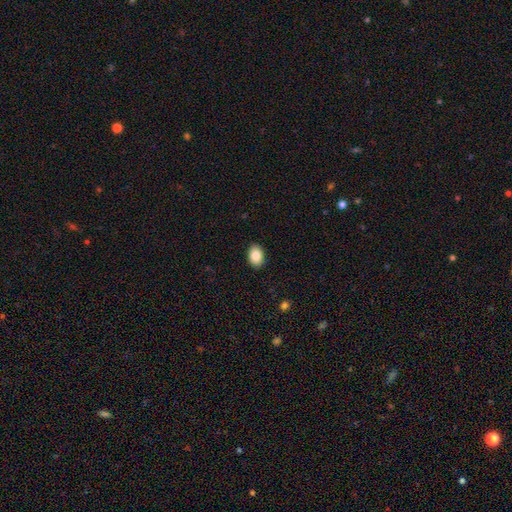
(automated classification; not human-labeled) This appears to be a smooth galaxy with no disk features (85%) that is in between round and cigar-shaped (82%). Merging: none (90%).